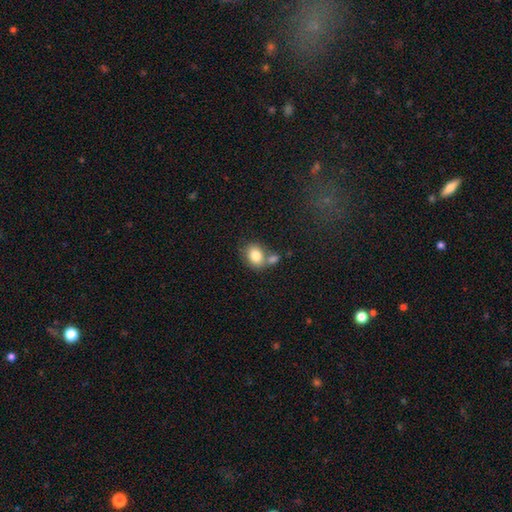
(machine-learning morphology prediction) This is clearly a smooth galaxy (81%). How rounded: possibly in between (53%). Merging: possibly none (47%).